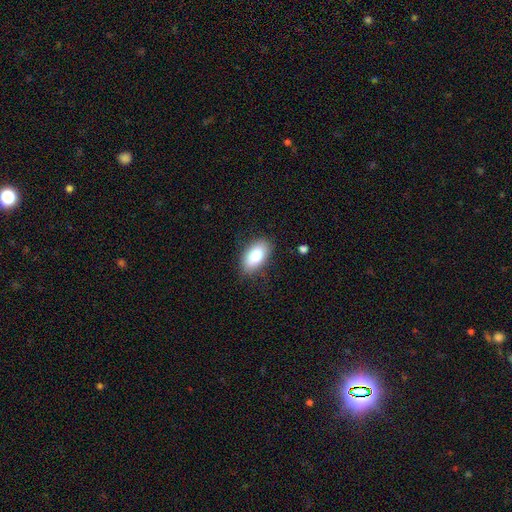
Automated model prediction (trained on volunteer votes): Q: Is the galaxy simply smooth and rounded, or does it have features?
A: smooth — 83%.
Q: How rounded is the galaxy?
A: in between — 93%.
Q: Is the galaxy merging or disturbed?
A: none — 82%.